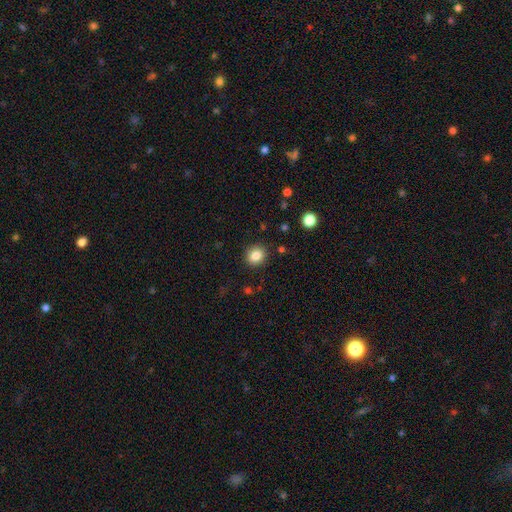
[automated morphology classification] Smooth or featured: smooth — 84% (star or artifact — 10%)
How rounded: round — 81% (in between — 18%)
Merging: none — 90% (minor disturbance — 7%)